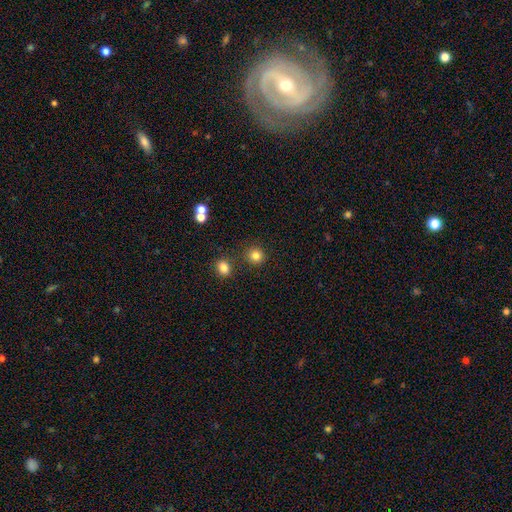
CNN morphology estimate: Q: Smooth or featured?
A: smooth (82%); runner-up: star or artifact (13%)
Q: How rounded?
A: round (92%); runner-up: in between (7%)
Q: Merging?
A: none (85%); runner-up: minor disturbance (7%)